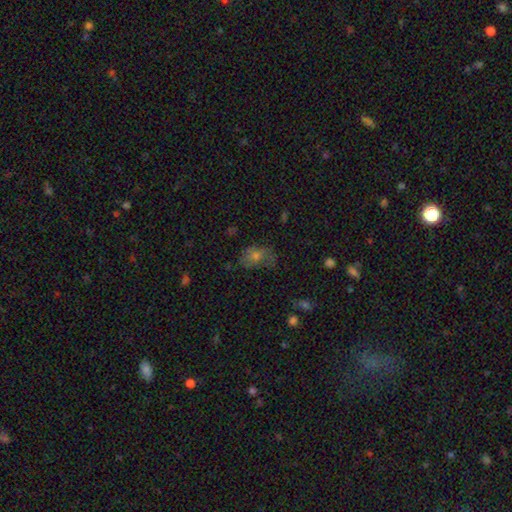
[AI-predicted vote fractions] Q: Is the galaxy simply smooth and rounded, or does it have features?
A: smooth — 57%.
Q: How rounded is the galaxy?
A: in between — 69%.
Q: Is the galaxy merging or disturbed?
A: none — 56%.